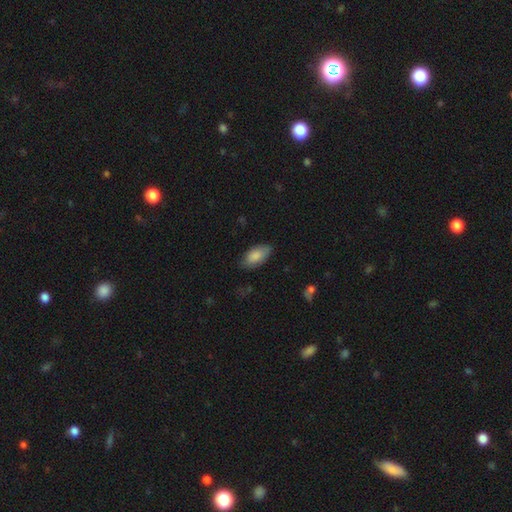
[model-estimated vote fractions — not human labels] Smooth or featured?
  - smooth: 85% *
  - featured or disk: 9%
  - star or artifact: 6%
How rounded?
  - in between: 93% *
  - cigar-shaped: 4%
  - round: 2%
Merging?
  - none: 76% *
  - minor disturbance: 19%
  - major disturbance: 4%
  - merger: 1%